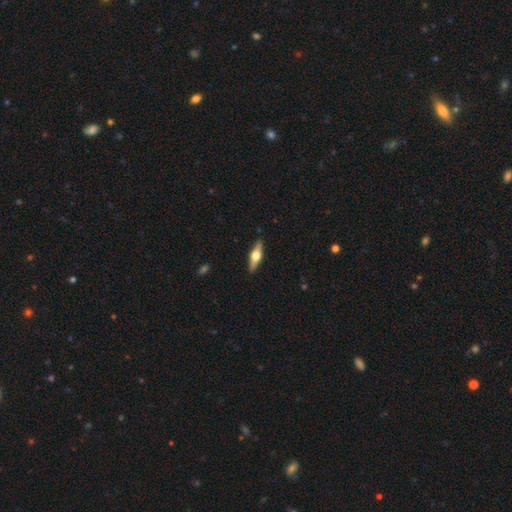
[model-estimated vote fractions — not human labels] A featured or disk galaxy (67%) viewed edge-on (96%) with a rounded central bulge (95%).

Vote fractions:
- Smooth or featured? featured or disk: 67% / smooth: 28% / star or artifact: 6%
- Edge-on disk? yes: 96% / no: 4%
- Edge-on bulge? rounded: 95% / boxy: 4% / none: 1%
- Merging? none: 90% / minor disturbance: 8% / major disturbance: 2% / merger: 1%